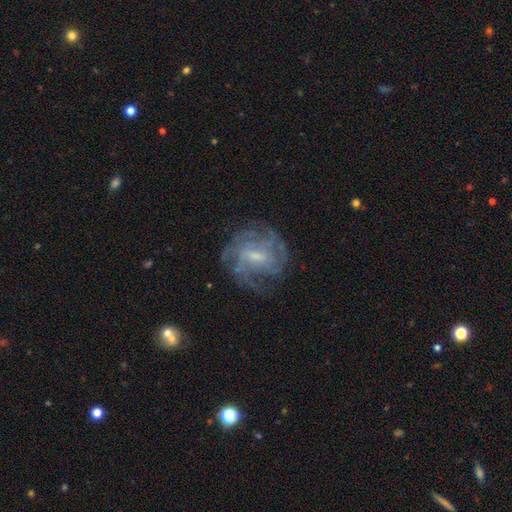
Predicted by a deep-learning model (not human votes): Smooth or featured? featured or disk (80%)
Edge-on disk? no (97%)
Bar? weak (59%)
Spiral arms? yes (88%)
Spiral winding? tight (53%)
Spiral arm count? can't tell (45%)
Bulge size? small (50%)
Merging? none (68%)